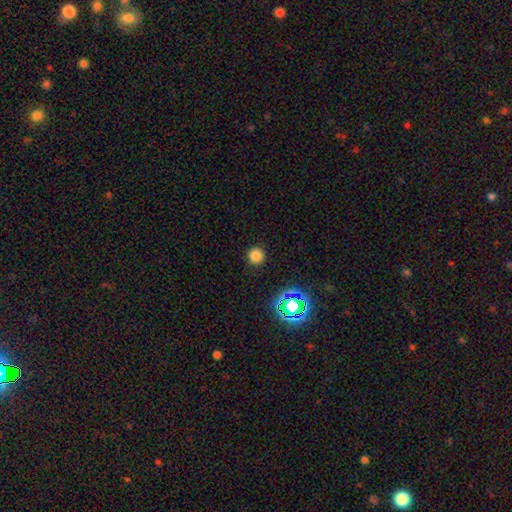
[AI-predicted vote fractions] smooth-or-featured: smooth: 79% | star or artifact: 17% | featured or disk: 4%
  how-rounded: round: 95% | in between: 4% | cigar-shaped: 1%
  merging: none: 91% | minor disturbance: 6% | major disturbance: 2% | merger: 1%